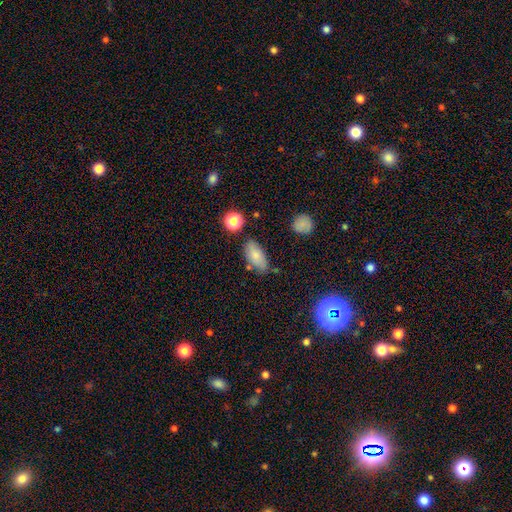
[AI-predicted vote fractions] Overall: smooth (79%). How rounded: in between (88%). Merging: none (71%).